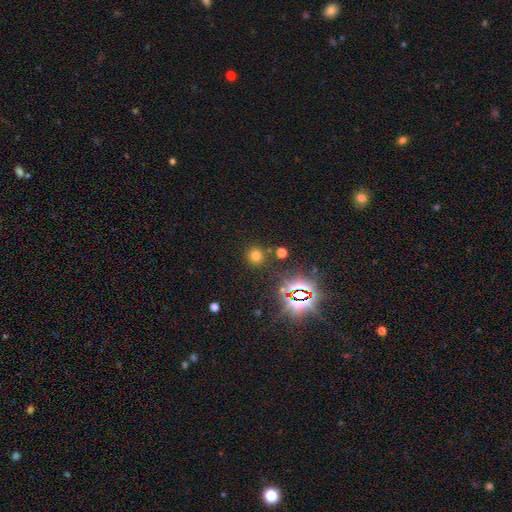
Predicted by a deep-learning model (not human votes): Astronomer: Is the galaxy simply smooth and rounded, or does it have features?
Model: smooth — 64%.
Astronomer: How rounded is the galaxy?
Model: round — 90%.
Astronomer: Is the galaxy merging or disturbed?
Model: none — 84%.